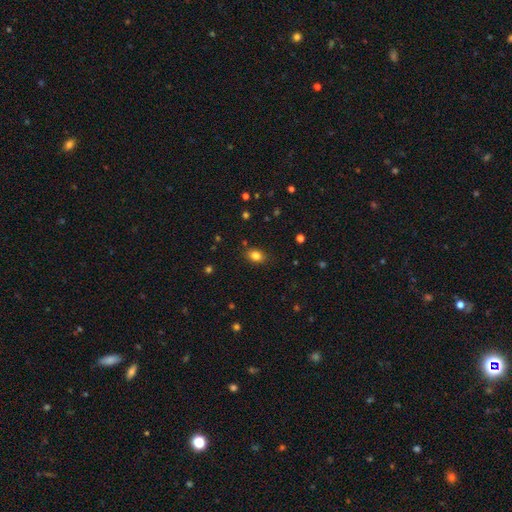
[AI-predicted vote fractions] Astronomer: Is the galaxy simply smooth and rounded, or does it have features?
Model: smooth — 82%.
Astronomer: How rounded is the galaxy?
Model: in between — 74%.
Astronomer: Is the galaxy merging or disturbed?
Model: none — 84%.